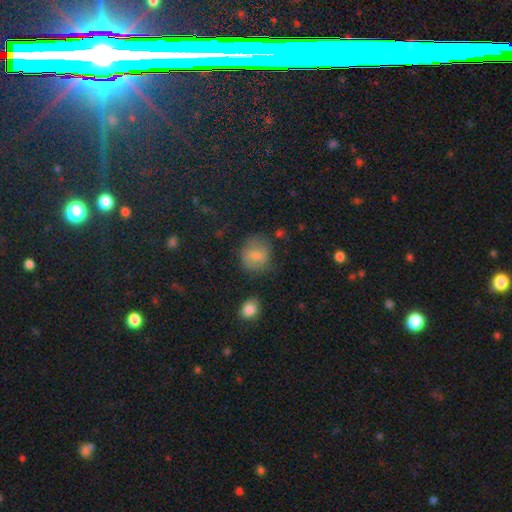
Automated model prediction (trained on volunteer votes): Smooth or featured? smooth (68%)
How rounded? round (80%)
Merging? none (65%)